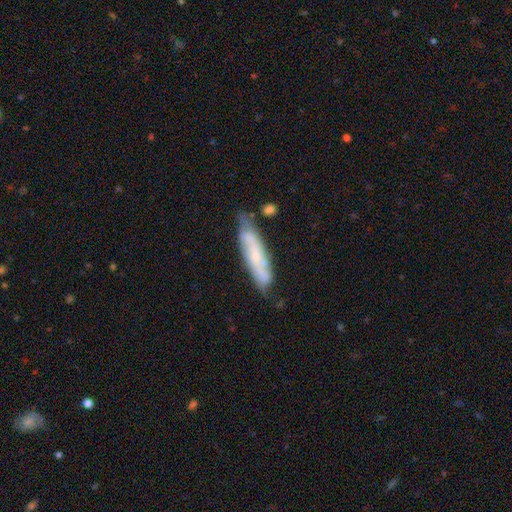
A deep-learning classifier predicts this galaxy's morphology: A featured or disk galaxy (57%).

Vote fractions:
- Smooth or featured? featured or disk: 57% / smooth: 36% / star or artifact: 7%
- Edge-on disk? no: 63% / yes: 37%
- Merging? none: 68% / minor disturbance: 22% / merger: 5% / major disturbance: 5%